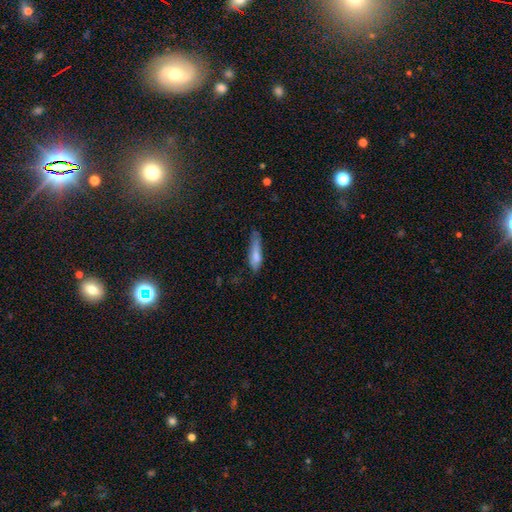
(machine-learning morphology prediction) This is likely a smooth galaxy (74%). How rounded: likely cigar-shaped (69%). Merging: marginally none (45%).